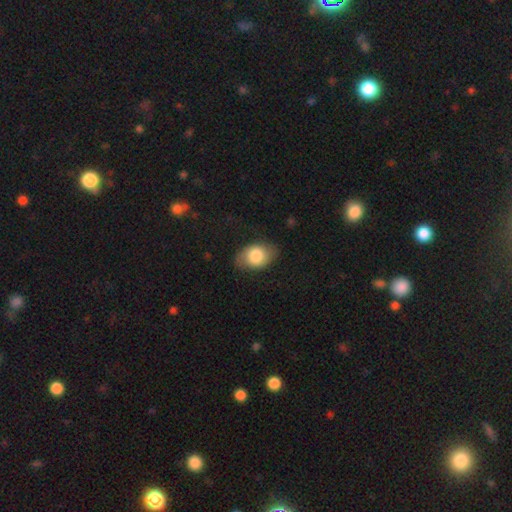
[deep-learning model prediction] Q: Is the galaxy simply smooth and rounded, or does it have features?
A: smooth — 78%.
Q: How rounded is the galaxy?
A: in between — 83%.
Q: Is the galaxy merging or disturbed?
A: none — 76%.